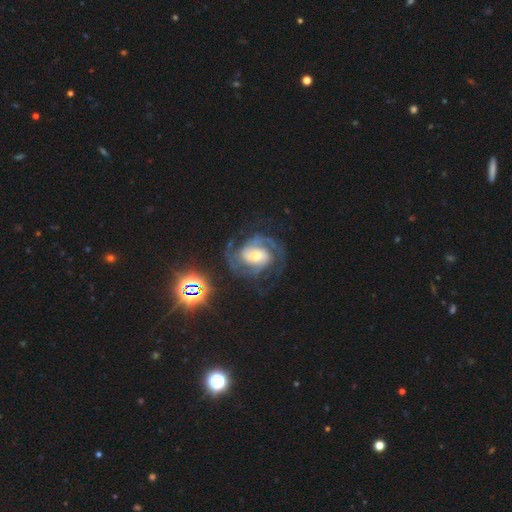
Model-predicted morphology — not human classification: Smooth or featured?
  - featured or disk: 89% *
  - star or artifact: 6%
  - smooth: 5%
Edge-on disk?
  - no: 98% *
  - yes: 2%
Bar?
  - weak: 41% *
  - no: 39%
  - strong: 20%
Spiral arms?
  - yes: 98% *
  - no: 2%
Spiral winding?
  - tight: 47% *
  - medium: 44%
  - loose: 9%
Spiral arm count?
  - 2: 59% *
  - 3: 22%
  - can't tell: 8%
  - 4: 4%
  - 1: 4%
  - more than 4: 4%
Bulge size?
  - moderate: 60% *
  - small: 23%
  - large: 14%
  - none: 2%
  - dominant: 1%
Merging?
  - none: 71% *
  - minor disturbance: 15%
  - major disturbance: 12%
  - merger: 2%